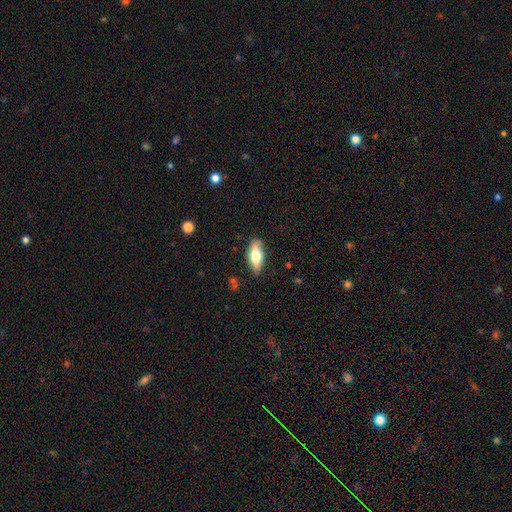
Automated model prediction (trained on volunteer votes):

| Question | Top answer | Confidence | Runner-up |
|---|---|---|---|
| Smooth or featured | smooth | 63% | featured or disk (31%) |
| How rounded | in between | 71% | cigar-shaped (26%) |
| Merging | none | 83% | minor disturbance (13%) |